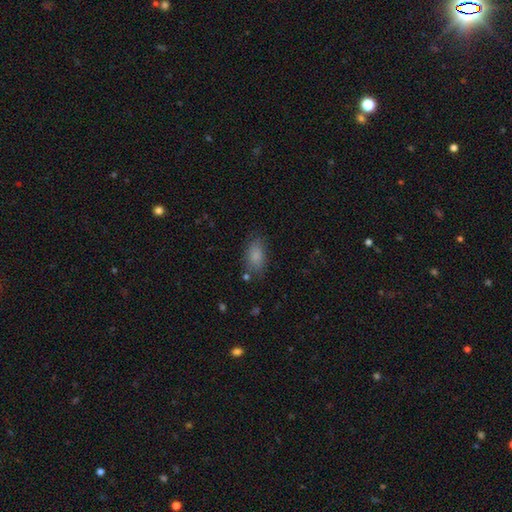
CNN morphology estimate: Q: Smooth or featured?
A: smooth (84%); runner-up: star or artifact (9%)
Q: How rounded?
A: in between (90%); runner-up: round (7%)
Q: Merging?
A: none (75%); runner-up: minor disturbance (16%)